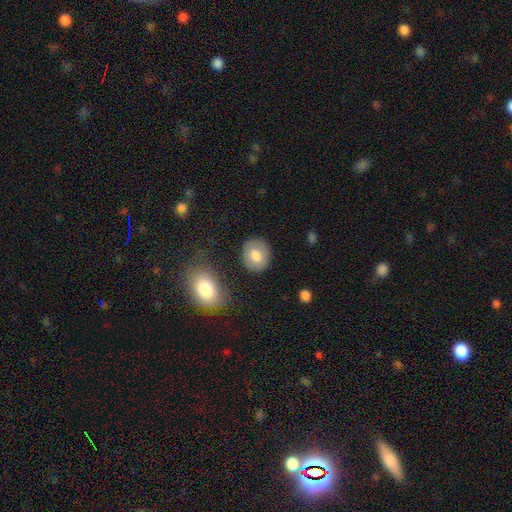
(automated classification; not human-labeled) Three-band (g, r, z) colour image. It shows a smooth galaxy with no disk features (79%) that is round (68%). Merging: none (83%).